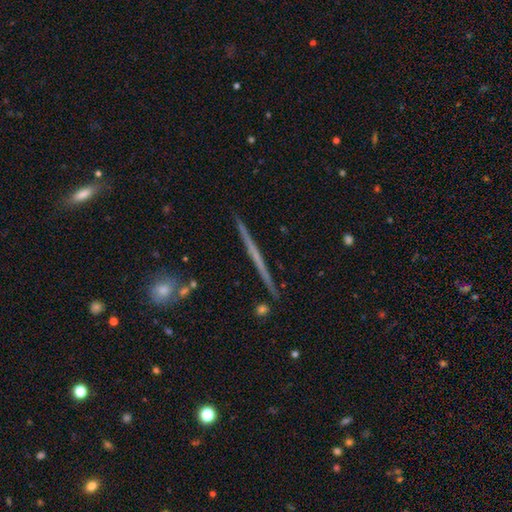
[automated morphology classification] Smooth or featured?
  - featured or disk: 66% *
  - smooth: 27%
  - star or artifact: 7%
Edge-on disk?
  - yes: 98% *
  - no: 2%
Edge-on bulge?
  - none: 85% *
  - rounded: 11%
  - boxy: 4%
Merging?
  - none: 92% *
  - minor disturbance: 5%
  - merger: 2%
  - major disturbance: 1%